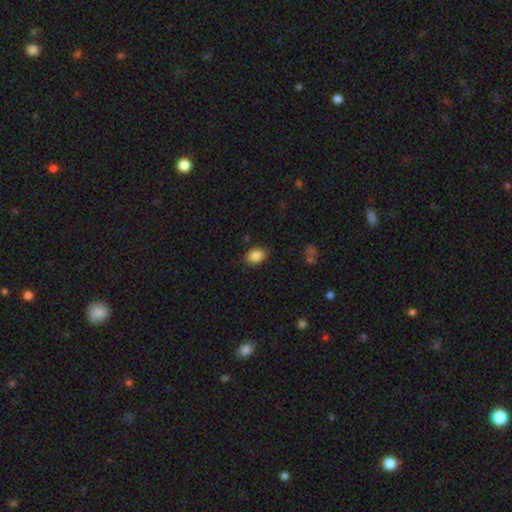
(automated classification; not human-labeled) This appears to be a smooth galaxy with no disk features (87%) that is in between round and cigar-shaped (79%). Merging: none (84%).